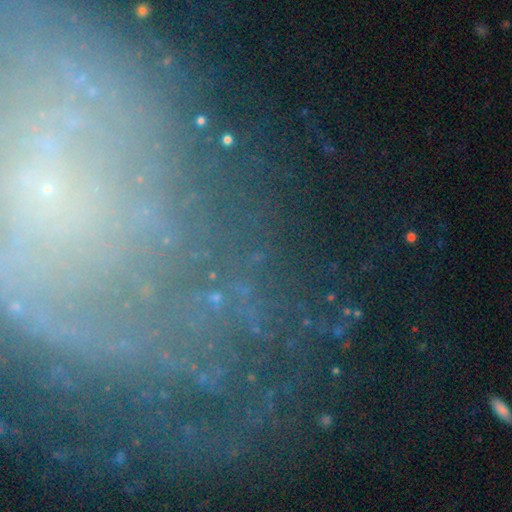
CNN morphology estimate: Smooth or featured: featured or disk — 57% (star or artifact — 27%)
Edge-on disk: no — 90% (yes — 10%)
Bar: no — 64% (weak — 21%)
Spiral arms: yes — 78% (no — 22%)
Bulge size: small — 67% (moderate — 16%)
Merging: none — 72% (minor disturbance — 13%)